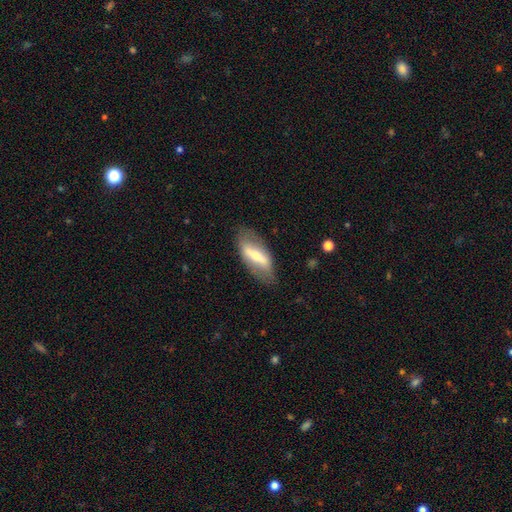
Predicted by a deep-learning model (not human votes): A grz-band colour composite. It shows a featured or disk galaxy (61%). Merging: none (75%).